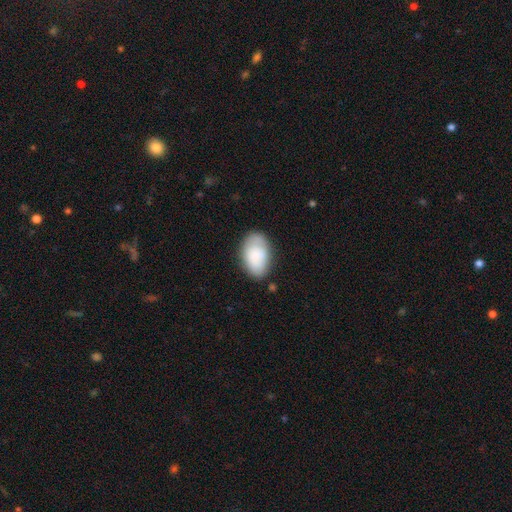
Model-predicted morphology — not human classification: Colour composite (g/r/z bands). It shows a smooth galaxy with no disk features (83%) that is in between round and cigar-shaped (91%). Merging: none (71%).